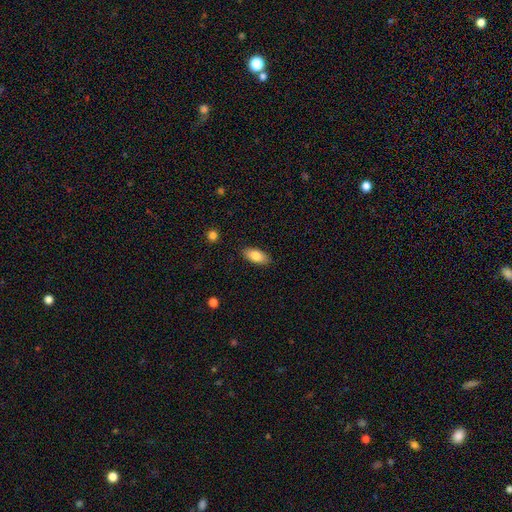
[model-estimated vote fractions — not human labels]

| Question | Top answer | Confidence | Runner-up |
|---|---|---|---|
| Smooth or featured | smooth | 85% | featured or disk (9%) |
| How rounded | in between | 90% | cigar-shaped (8%) |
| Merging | none | 87% | minor disturbance (9%) |